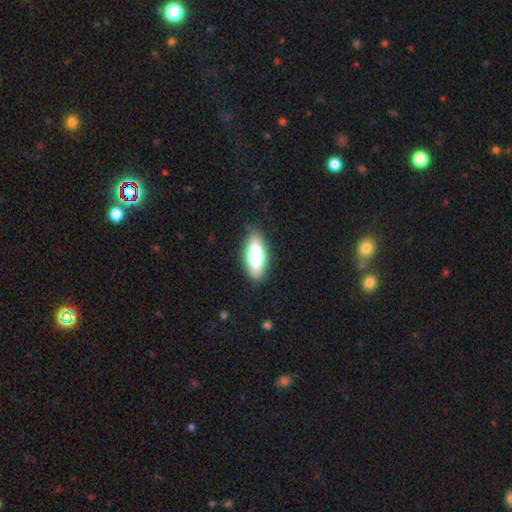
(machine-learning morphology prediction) Q: Smooth or featured?
A: smooth (77%); runner-up: featured or disk (16%)
Q: How rounded?
A: in between (76%); runner-up: cigar-shaped (22%)
Q: Merging?
A: none (85%); runner-up: minor disturbance (11%)